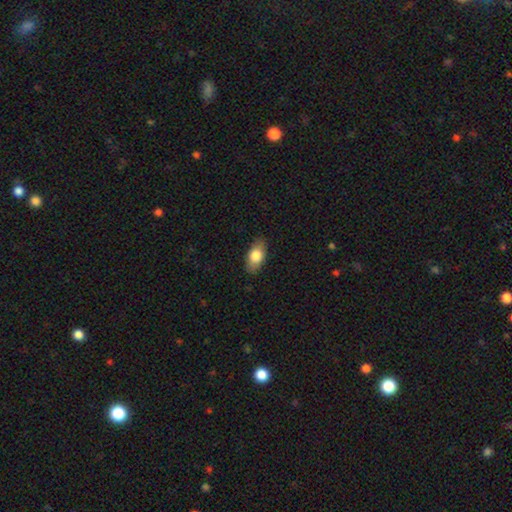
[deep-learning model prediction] smooth-or-featured: smooth: 78% | featured or disk: 15% | star or artifact: 6%
  how-rounded: in between: 90% | cigar-shaped: 5% | round: 5%
  merging: none: 85% | minor disturbance: 11% | major disturbance: 2% | merger: 1%